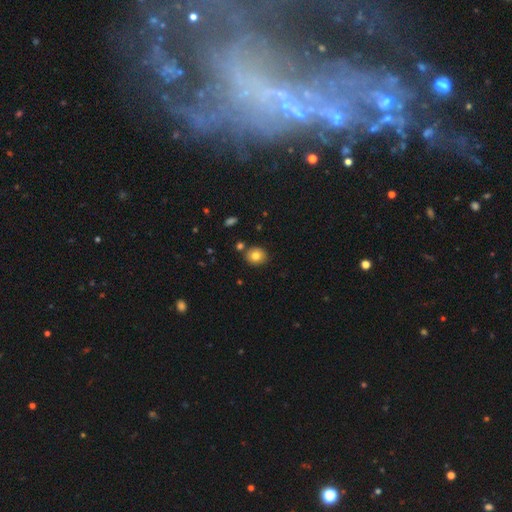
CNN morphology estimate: A smooth galaxy with no disk features (79%) that is round (76%).

Vote fractions:
- Smooth or featured? smooth: 79% / featured or disk: 11% / star or artifact: 10%
- How rounded? round: 76% / in between: 23% / cigar-shaped: 1%
- Merging? none: 83% / minor disturbance: 9% / merger: 6% / major disturbance: 2%